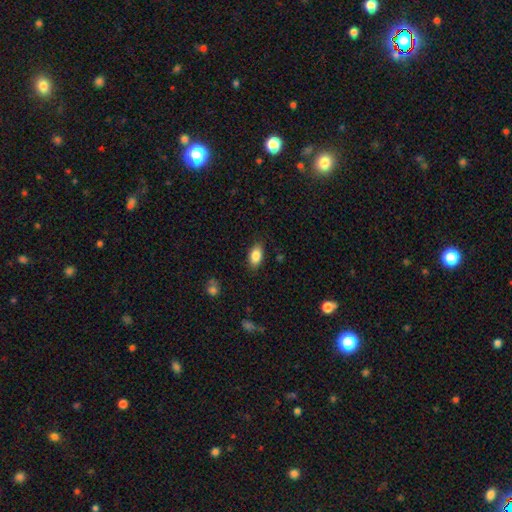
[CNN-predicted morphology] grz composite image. It shows a smooth galaxy with no disk features (86%) that is in between round and cigar-shaped (92%). Merging: none (85%).